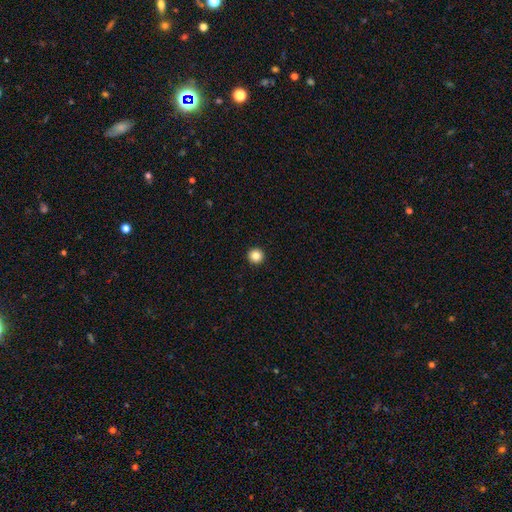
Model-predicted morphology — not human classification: Smooth or featured?
  - smooth: 84% *
  - star or artifact: 11%
  - featured or disk: 5%
How rounded?
  - round: 97% *
  - in between: 2%
  - cigar-shaped: 1%
Merging?
  - none: 94% *
  - minor disturbance: 3%
  - major disturbance: 1%
  - merger: 1%